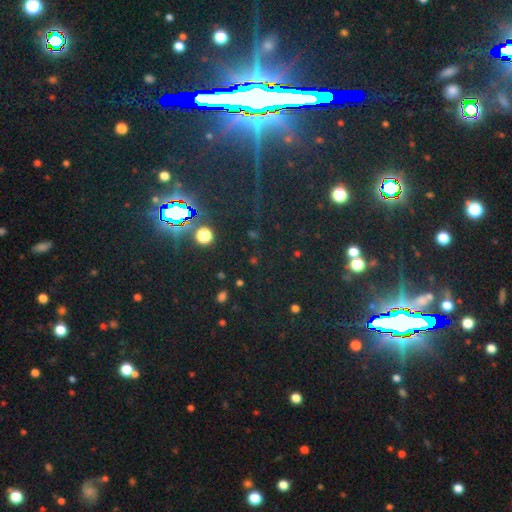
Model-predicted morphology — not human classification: Q: Smooth or featured?
A: star or artifact (81%); runner-up: featured or disk (10%)